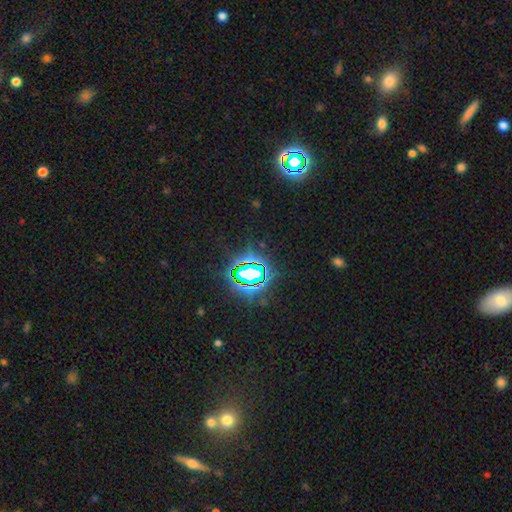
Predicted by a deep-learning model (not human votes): Smooth or featured? star or artifact (80%)